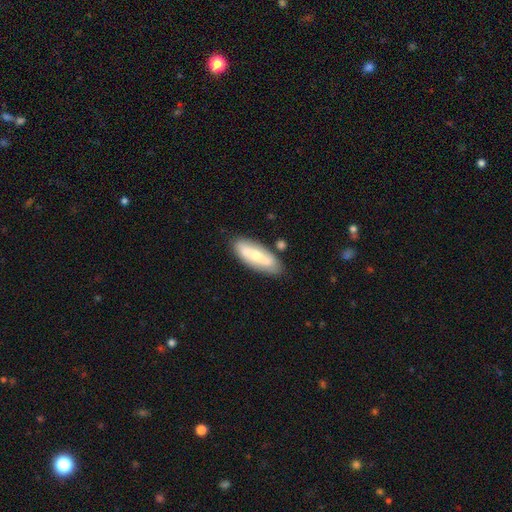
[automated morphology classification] type=smooth (48%); merging=none (81%).